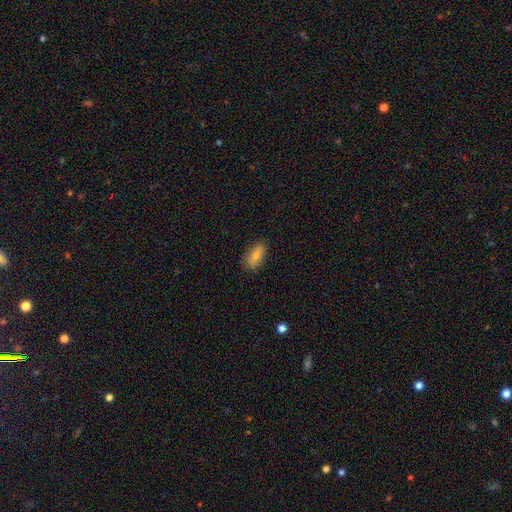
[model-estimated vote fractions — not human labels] A smooth galaxy with no disk features (80%) that is in between round and cigar-shaped (85%). Merging: none (84%).